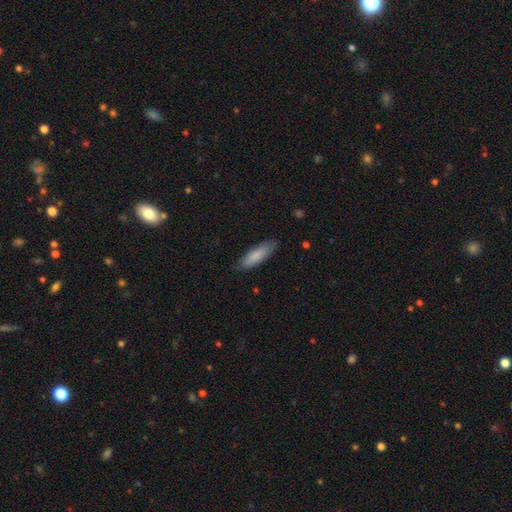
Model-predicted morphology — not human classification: Smooth or featured? Predicted: smooth (p=0.83). How rounded? Predicted: in between (p=0.49, tied with cigar-shaped). Merging? Predicted: none (p=0.80).